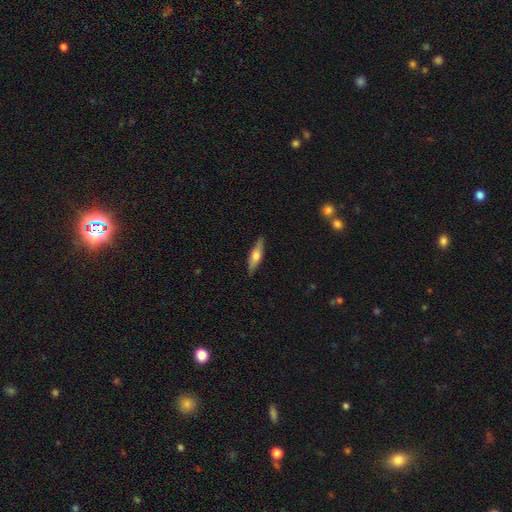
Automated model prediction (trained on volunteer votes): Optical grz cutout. It shows a smooth galaxy with no disk features (47%, tied with featured or disk). Merging: none (87%).